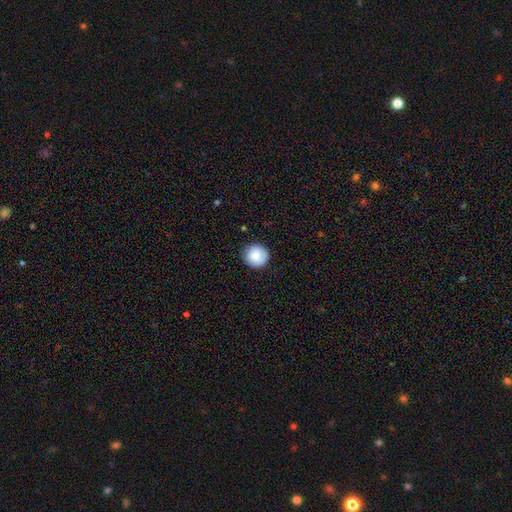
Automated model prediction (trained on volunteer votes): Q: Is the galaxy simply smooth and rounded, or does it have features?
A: smooth — 82%.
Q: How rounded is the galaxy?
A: round — 95%.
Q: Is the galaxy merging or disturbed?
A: none — 88%.